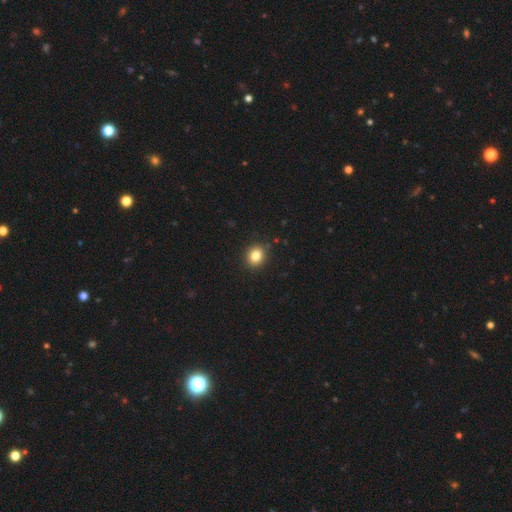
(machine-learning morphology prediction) Smooth or featured? smooth (83%)
How rounded? round (70%)
Merging? none (90%)